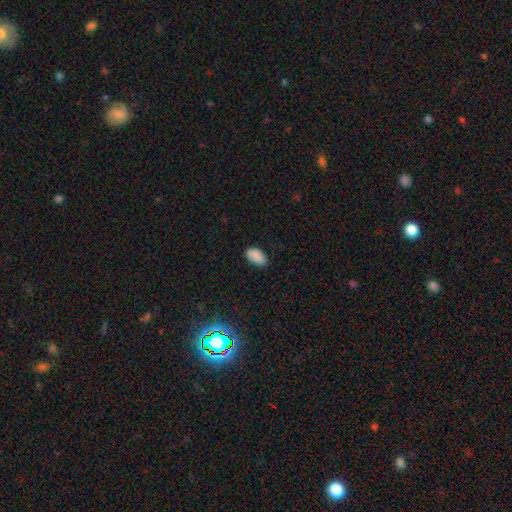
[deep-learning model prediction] smooth 87%, star or artifact 8%, featured or disk 5%. Down the decision tree: how rounded — in between (94%); merging — none (80%).